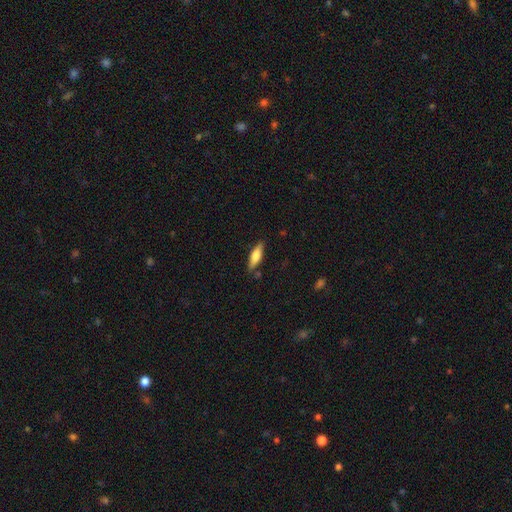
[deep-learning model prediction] This is likely a smooth galaxy (62%). How rounded: possibly cigar-shaped (52%). Merging: clearly none (82%).